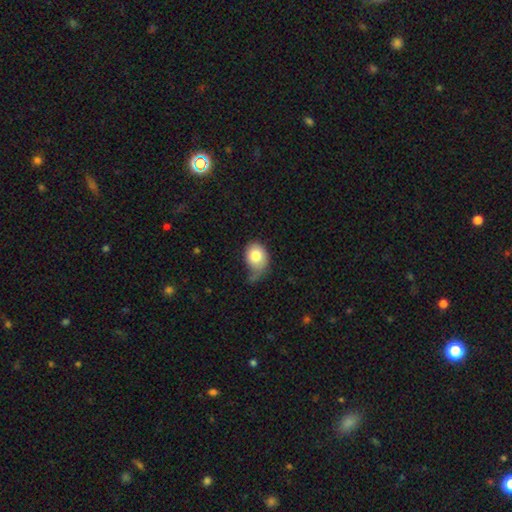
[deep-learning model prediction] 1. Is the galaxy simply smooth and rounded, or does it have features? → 80% smooth, 13% featured or disk, 7% star or artifact.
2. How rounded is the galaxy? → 56% in between, 43% round, 1% cigar-shaped.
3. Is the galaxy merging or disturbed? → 39% minor disturbance, 34% none, 22% major disturbance, 5% merger.